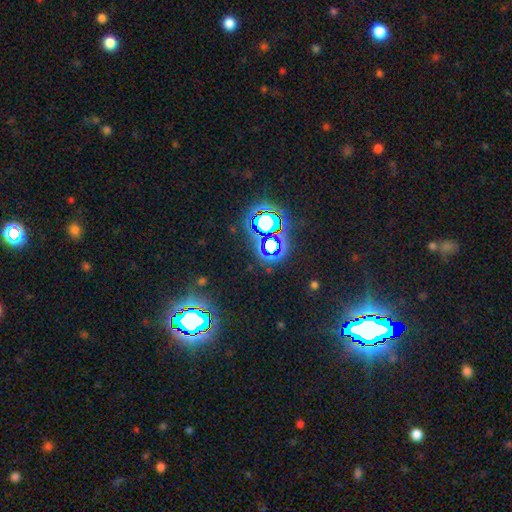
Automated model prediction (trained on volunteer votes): This is clearly a star or artifact rather than a galaxy (81%).